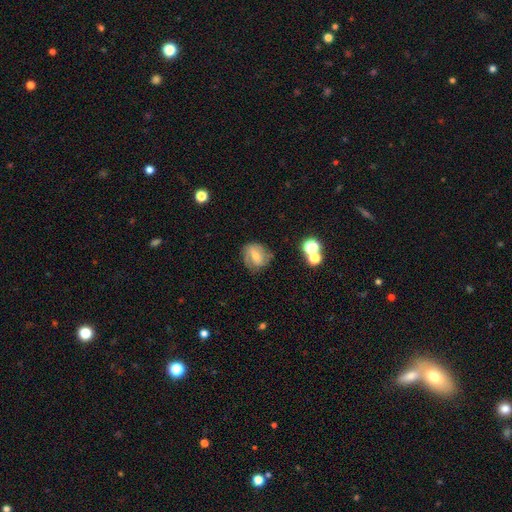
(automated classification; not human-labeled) Morphology: type=featured or disk (59%); edge-on=no (97%); bar=weak (45%); spiral arms=yes (85%); bulge=moderate (50%); merging=none (66%).